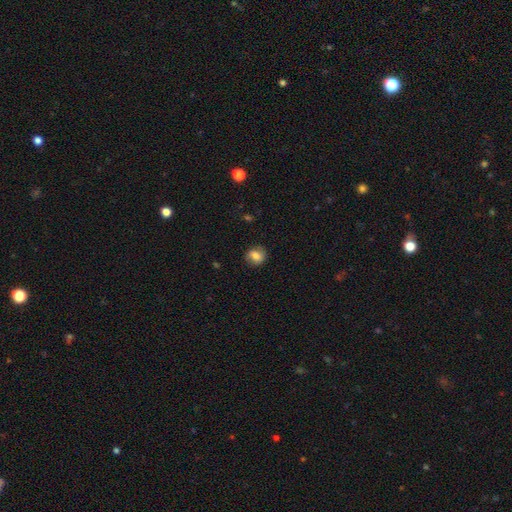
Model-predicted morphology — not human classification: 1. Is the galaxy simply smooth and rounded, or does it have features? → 76% smooth, 15% featured or disk, 10% star or artifact.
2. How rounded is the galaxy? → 70% round, 29% in between, 1% cigar-shaped.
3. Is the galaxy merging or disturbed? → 82% none, 13% minor disturbance, 4% major disturbance, 1% merger.